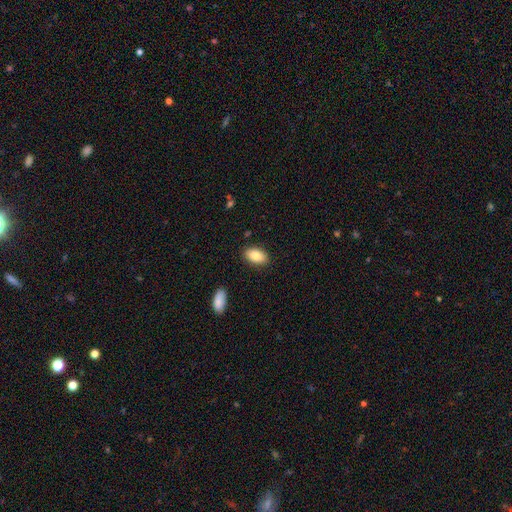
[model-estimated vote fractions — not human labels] A smooth galaxy with no disk features (86%) that is in between round and cigar-shaped (93%).

Vote fractions:
- Smooth or featured? smooth: 86% / featured or disk: 8% / star or artifact: 7%
- How rounded? in between: 93% / round: 5% / cigar-shaped: 2%
- Merging? none: 86% / minor disturbance: 10% / major disturbance: 2% / merger: 2%